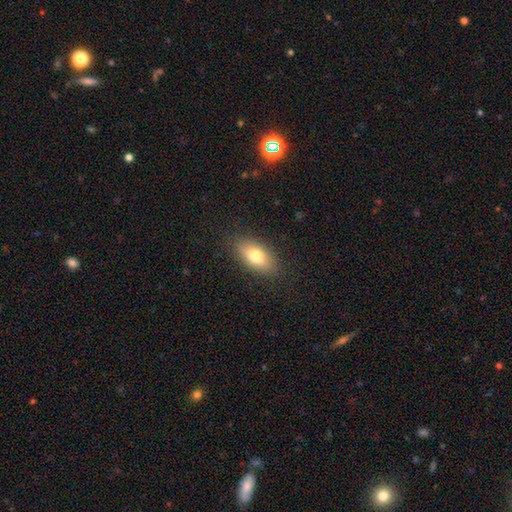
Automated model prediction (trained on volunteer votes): smooth 75%, featured or disk 17%, star or artifact 8%. Down the decision tree: how rounded — in between (88%); merging — none (86%).